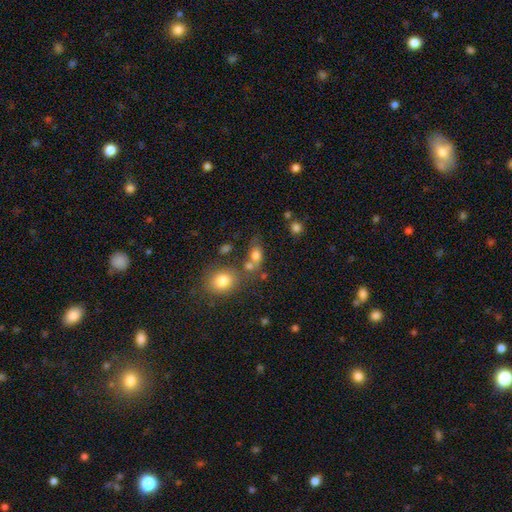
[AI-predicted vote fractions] Smooth or featured?
  - smooth: 76% *
  - star or artifact: 13%
  - featured or disk: 11%
How rounded?
  - in between: 68% *
  - round: 28%
  - cigar-shaped: 4%
Merging?
  - none: 44% *
  - merger: 33%
  - minor disturbance: 15%
  - major disturbance: 8%